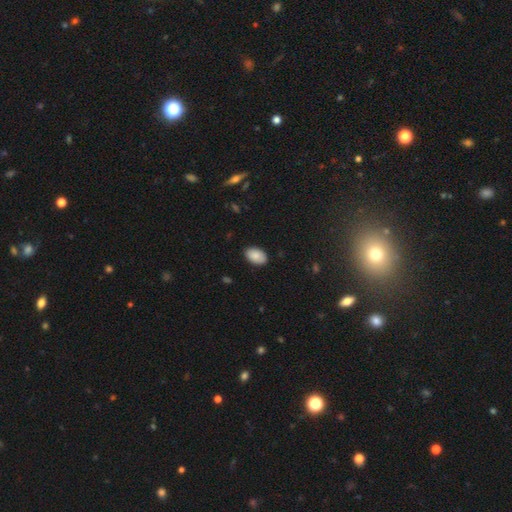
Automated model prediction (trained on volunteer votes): Morphology: type=smooth (88%); roundness=in between (93%); merging=none (87%).